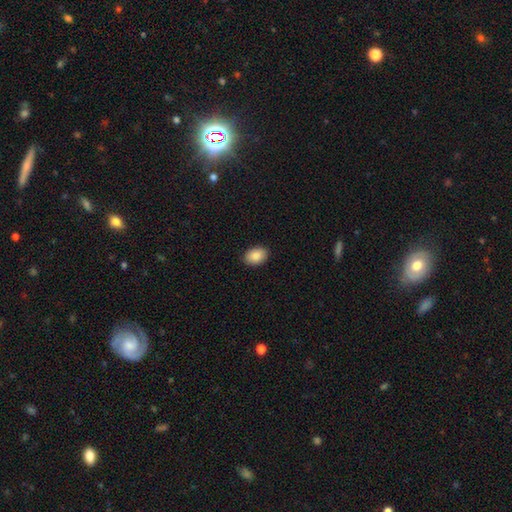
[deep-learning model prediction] A smooth galaxy with no disk features (89%) that is in between round and cigar-shaped (80%). Merging: none (90%).